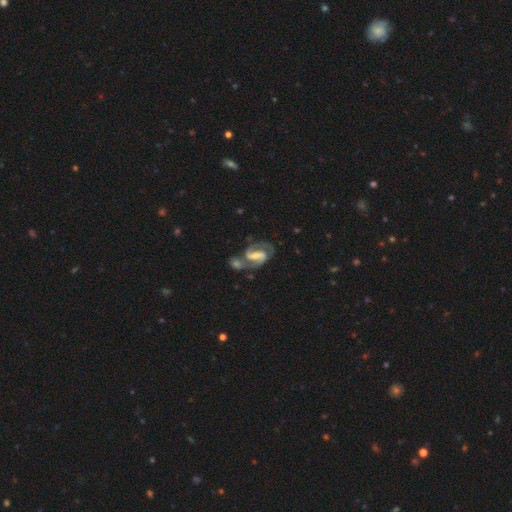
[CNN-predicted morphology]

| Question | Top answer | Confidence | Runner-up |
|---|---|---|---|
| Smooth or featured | featured or disk | 90% | smooth (5%) |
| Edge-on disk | no | 98% | yes (2%) |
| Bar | strong | 50% | weak (38%) |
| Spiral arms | yes | 97% | no (3%) |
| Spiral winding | medium | 60% | tight (26%) |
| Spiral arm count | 2 | 92% | can't tell (2%) |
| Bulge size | small | 44% | moderate (39%) |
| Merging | none | 54% | merger (25%) |